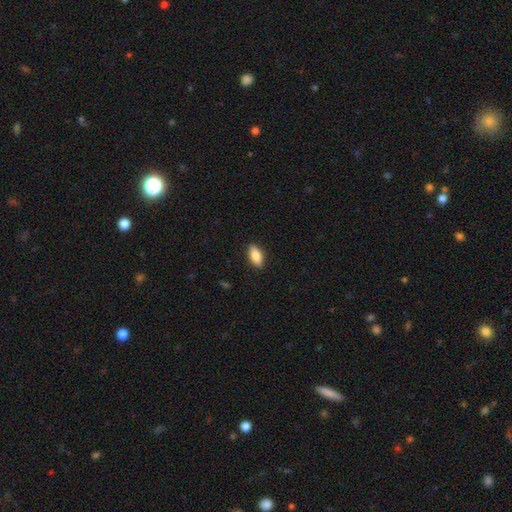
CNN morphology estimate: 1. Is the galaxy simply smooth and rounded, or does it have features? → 82% smooth, 12% featured or disk, 7% star or artifact.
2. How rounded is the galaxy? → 84% in between, 12% cigar-shaped, 3% round.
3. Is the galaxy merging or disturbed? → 89% none, 8% minor disturbance, 2% major disturbance, 1% merger.